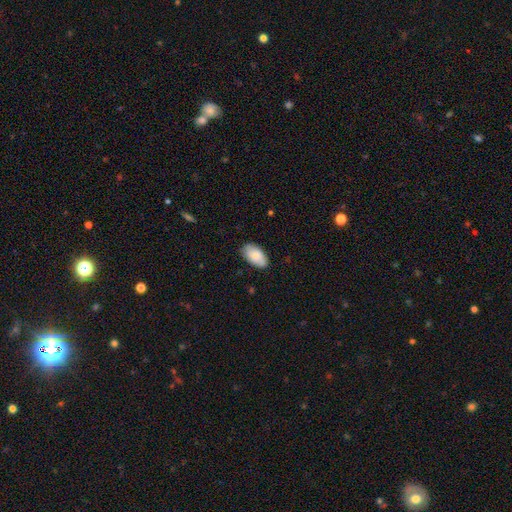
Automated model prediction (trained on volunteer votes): Overall: smooth (85%). How rounded: in between (95%). Merging: none (79%).